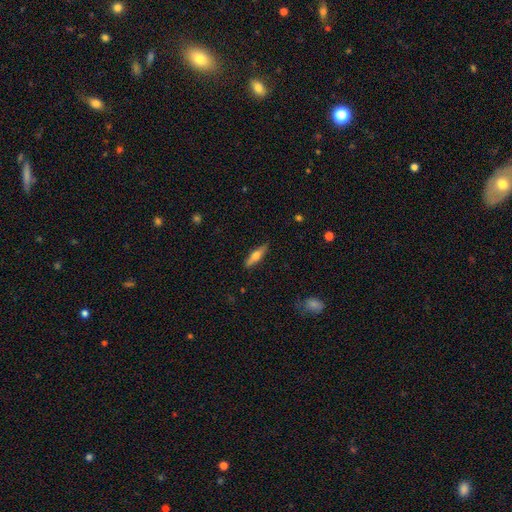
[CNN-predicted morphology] Smooth or featured?
  - smooth: 49% *
  - featured or disk: 46%
  - star or artifact: 6%
Merging?
  - none: 88% *
  - minor disturbance: 9%
  - major disturbance: 2%
  - merger: 1%